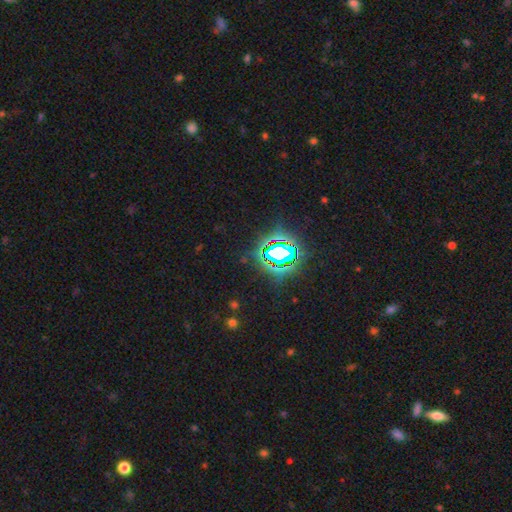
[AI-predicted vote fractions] Smooth or featured?
  - star or artifact: 80% *
  - smooth: 12%
  - featured or disk: 8%